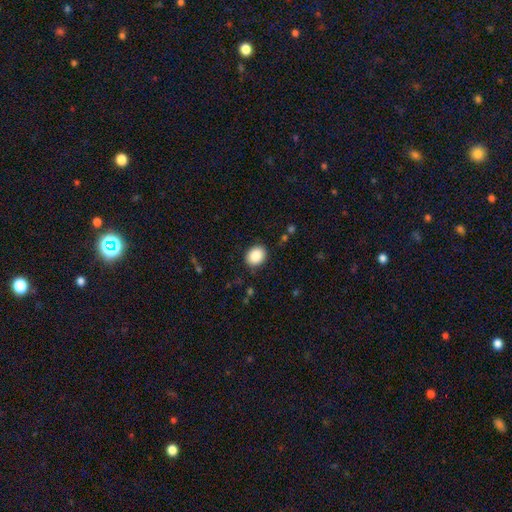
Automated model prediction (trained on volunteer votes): smooth-or-featured: smooth: 88% | star or artifact: 8% | featured or disk: 4%
  how-rounded: round: 53% | in between: 47% | cigar-shaped: 1%
  merging: none: 88% | minor disturbance: 9% | major disturbance: 3% | merger: 1%